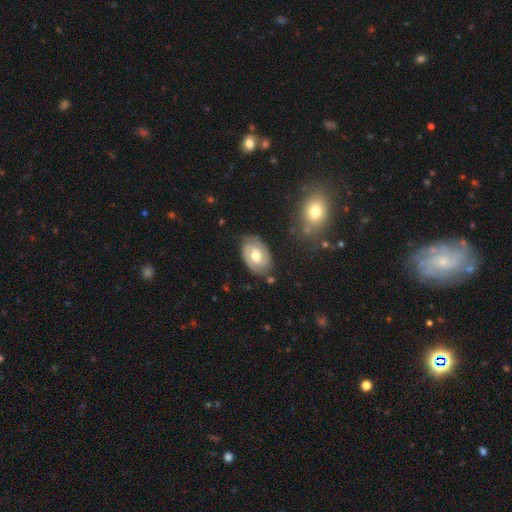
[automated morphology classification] smooth_or_featured: featured or disk (p=0.63) [alt: smooth p=0.31]
disk_edge_on: no (p=0.95) [alt: yes p=0.05]
bar: no (p=0.51) [alt: weak p=0.39]
has_spiral_arms: yes (p=0.75) [alt: no p=0.25]
bulge_size: moderate (p=0.71) [alt: large p=0.18]
merging: none (p=0.74) [alt: minor disturbance p=0.18]